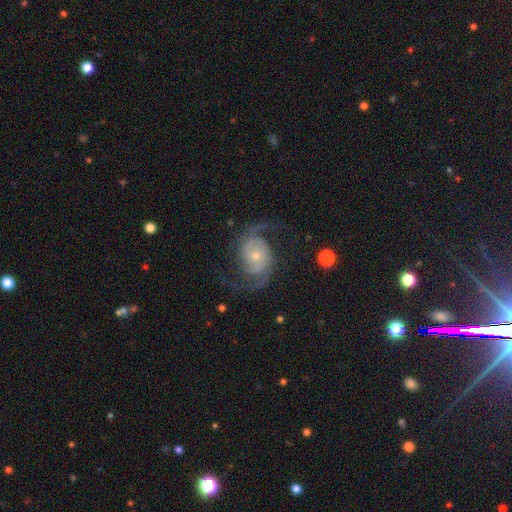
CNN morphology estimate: Smooth or featured? featured or disk (90%)
Edge-on disk? no (98%)
Bar? no (69%)
Spiral arms? yes (98%)
Spiral winding? medium (51%)
Spiral arm count? 2 (92%)
Bulge size? small (69%)
Merging? none (74%)